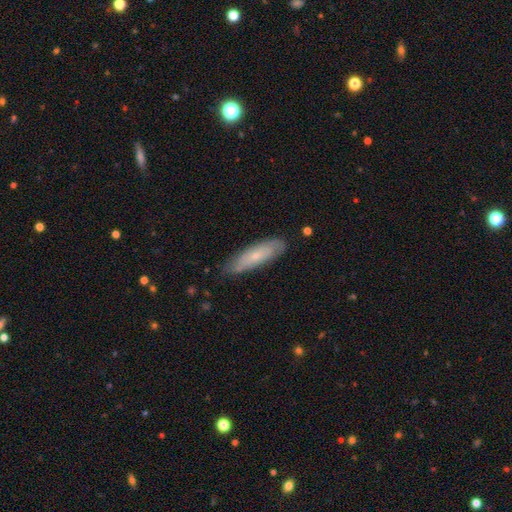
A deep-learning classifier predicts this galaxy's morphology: The model was most divided on "smooth or featured": smooth: 52%, featured or disk: 42%, star or artifact: 7%. More confident: merging — none (78%); how rounded — cigar-shaped (60%).